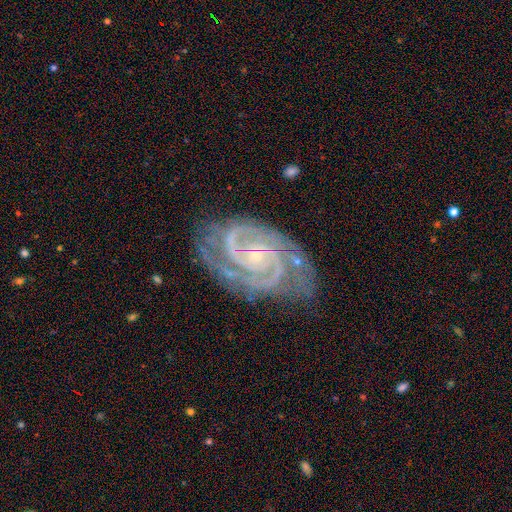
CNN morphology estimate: This is clearly a featured or disk galaxy (93%). It is clearly not viewed edge-on (98%). Bar: likely no (70%). Spiral arm pattern: clearly yes (99%). Spiral arm count: likely 2 (78%). Spiral winding: likely tight (70%). Central bulge: clearly small (82%). Merging: likely none (73%).